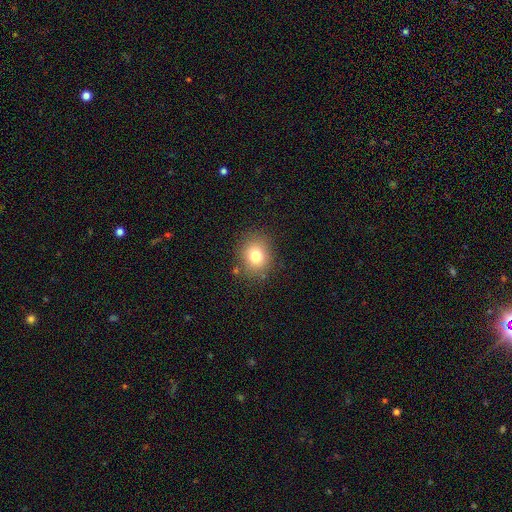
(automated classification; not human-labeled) smooth 78%, star or artifact 12%, featured or disk 10%. Down the decision tree: how rounded — round (65%); merging — none (83%).